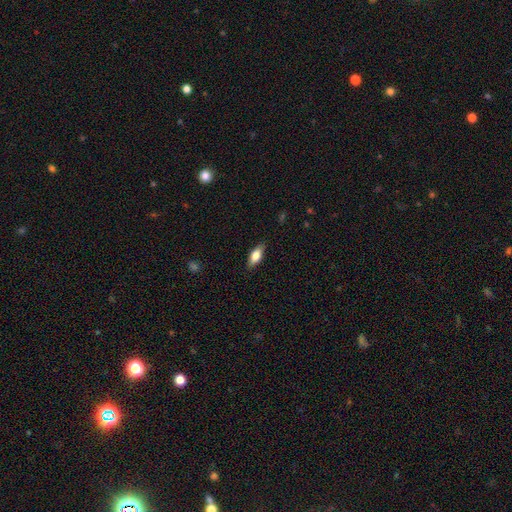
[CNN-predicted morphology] A smooth galaxy with no disk features (71%) that is in between round and cigar-shaped (77%).

Vote fractions:
- Smooth or featured? smooth: 71% / featured or disk: 22% / star or artifact: 7%
- How rounded? in between: 77% / cigar-shaped: 20% / round: 3%
- Merging? none: 84% / minor disturbance: 13% / major disturbance: 3% / merger: 1%